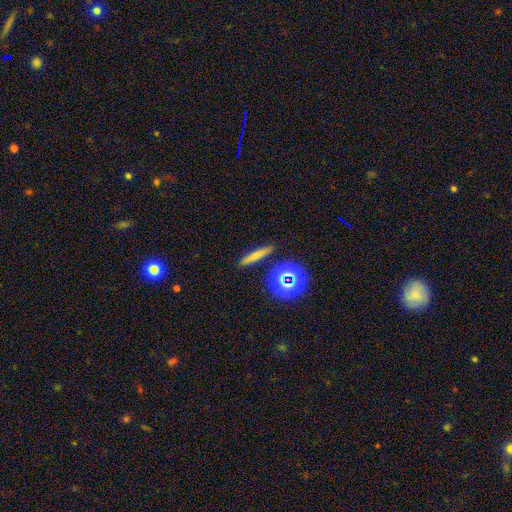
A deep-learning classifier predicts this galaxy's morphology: Q: Smooth or featured?
A: smooth (69%); runner-up: star or artifact (16%)
Q: How rounded?
A: cigar-shaped (83%); runner-up: in between (9%)
Q: Merging?
A: none (88%); runner-up: minor disturbance (7%)